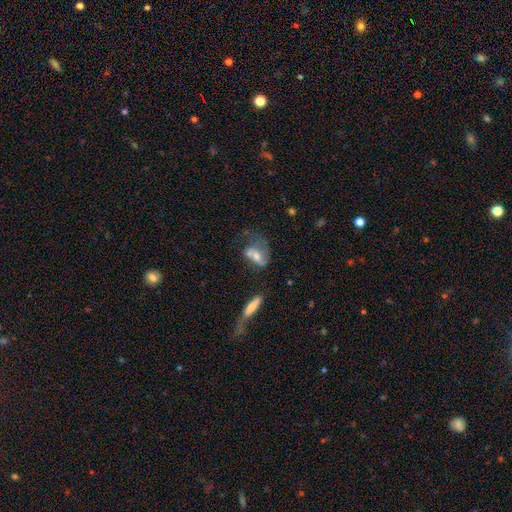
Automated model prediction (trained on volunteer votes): smooth_or_featured: featured or disk (p=0.49) [alt: smooth p=0.42]
merging: major disturbance (p=0.29) [alt: merger p=0.28]